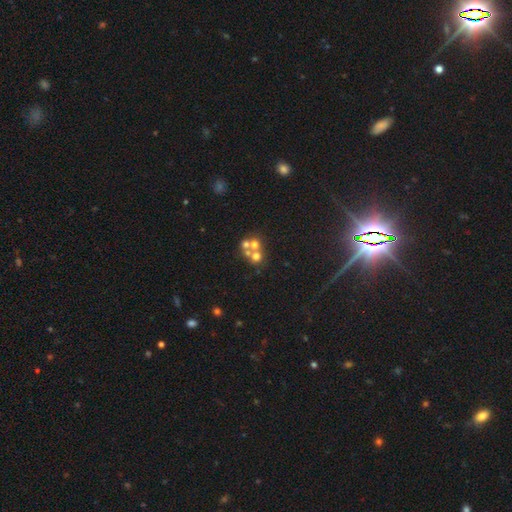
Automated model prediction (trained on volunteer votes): The model was most divided on "smooth or featured": smooth: 50%, featured or disk: 31%, star or artifact: 19%. More confident: merging — merger (54%).